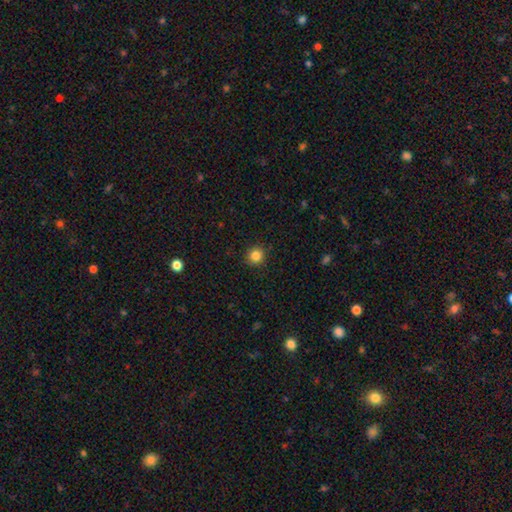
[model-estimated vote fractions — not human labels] smooth-or-featured: smooth: 85% | star or artifact: 11% | featured or disk: 4%
  how-rounded: round: 93% | in between: 6% | cigar-shaped: 1%
  merging: none: 91% | minor disturbance: 6% | major disturbance: 2% | merger: 1%